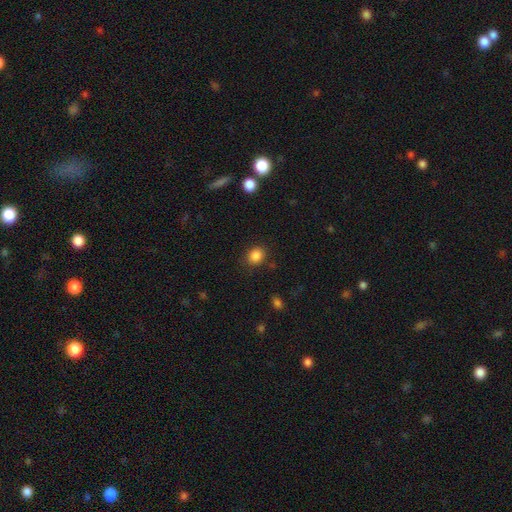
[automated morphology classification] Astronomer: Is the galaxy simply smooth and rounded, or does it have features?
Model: smooth — 86%.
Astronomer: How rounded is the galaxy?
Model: round — 65%.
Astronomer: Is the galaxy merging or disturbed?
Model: none — 86%.